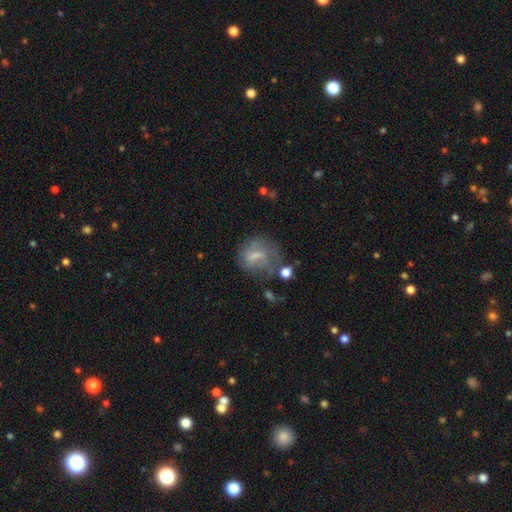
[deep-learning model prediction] Q: Smooth or featured?
A: smooth (50%); runner-up: featured or disk (39%)
Q: How rounded?
A: round (60%); runner-up: in between (38%)
Q: Merging?
A: none (42%); runner-up: major disturbance (25%)